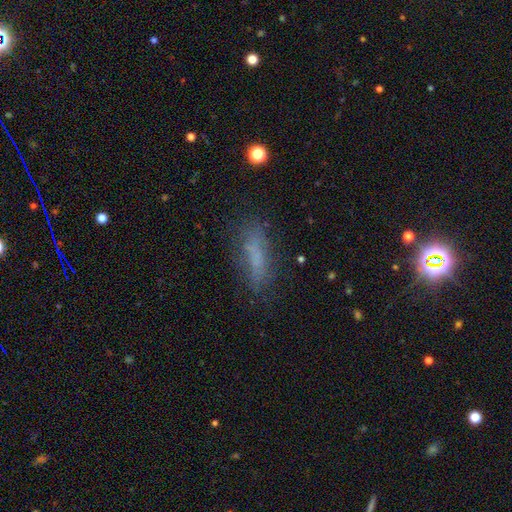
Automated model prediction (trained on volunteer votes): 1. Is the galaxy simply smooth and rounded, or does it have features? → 65% smooth, 21% featured or disk, 14% star or artifact.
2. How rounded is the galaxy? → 56% cigar-shaped, 41% in between, 3% round.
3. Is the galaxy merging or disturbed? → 71% none, 18% minor disturbance, 8% major disturbance, 2% merger.